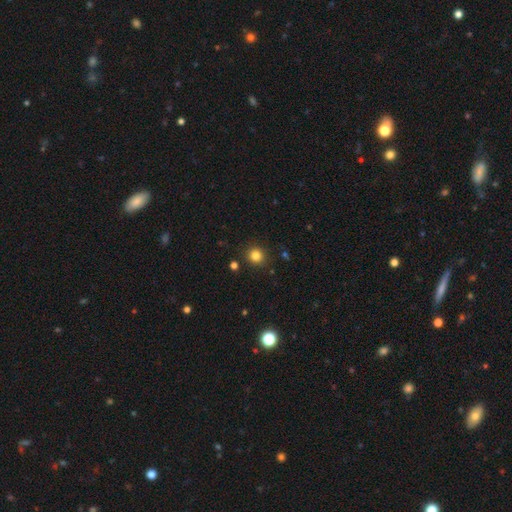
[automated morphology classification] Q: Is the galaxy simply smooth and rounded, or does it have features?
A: smooth — 82%.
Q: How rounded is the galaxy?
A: round — 90%.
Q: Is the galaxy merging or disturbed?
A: none — 89%.